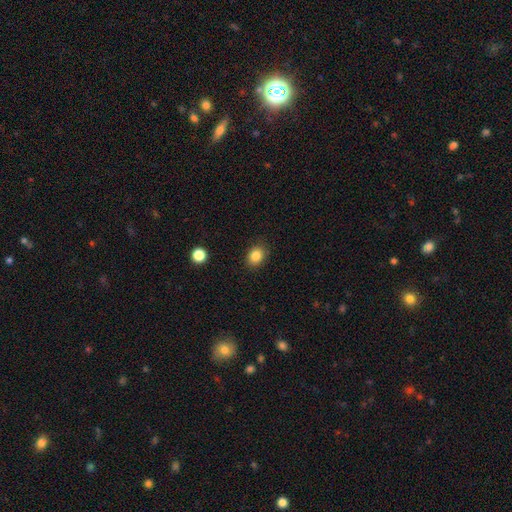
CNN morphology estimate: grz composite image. It shows a smooth galaxy with no disk features (85%) that is in between round and cigar-shaped (54%). Merging: none (87%).